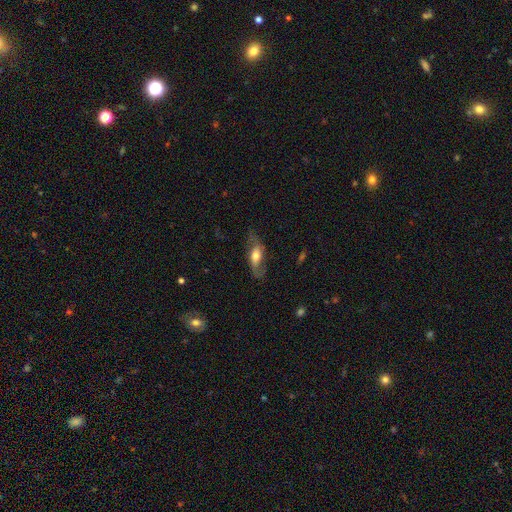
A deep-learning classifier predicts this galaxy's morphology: smooth-or-featured: featured or disk: 60% | smooth: 34% | star or artifact: 7%
  disk-edge-on: no: 78% | yes: 22%
  merging: none: 63% | minor disturbance: 21% | major disturbance: 14% | merger: 2%